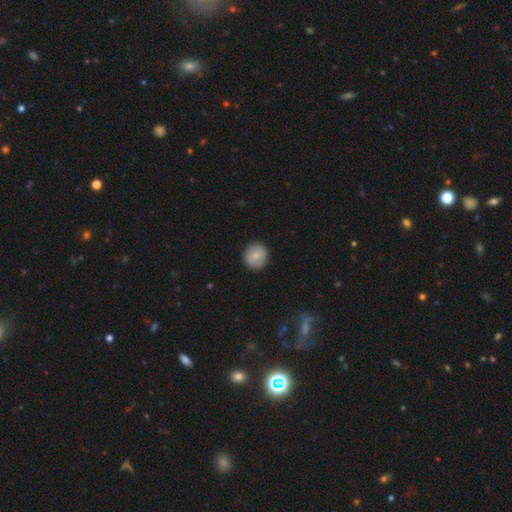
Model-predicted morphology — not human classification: Smooth or featured? Predicted: smooth (p=0.79). How rounded? Predicted: round (p=0.91). Merging? Predicted: none (p=0.91).